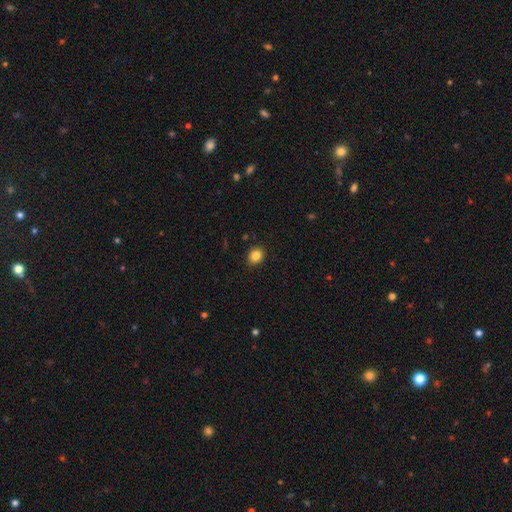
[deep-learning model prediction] The model was most divided on "how rounded": round: 55%, in between: 44%, cigar-shaped: 1%. More confident: merging — none (89%); smooth or featured — smooth (85%).